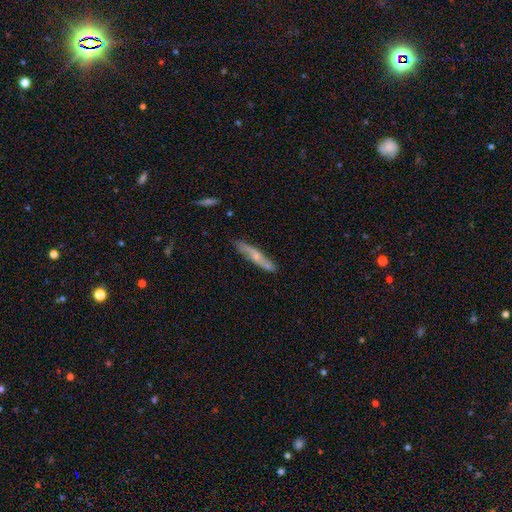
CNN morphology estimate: A featured or disk galaxy (53%) viewed edge-on (58%).

Vote fractions:
- Smooth or featured? featured or disk: 53% / smooth: 42% / star or artifact: 6%
- Edge-on disk? yes: 58% / no: 42%
- Merging? none: 80% / minor disturbance: 16% / major disturbance: 3% / merger: 2%